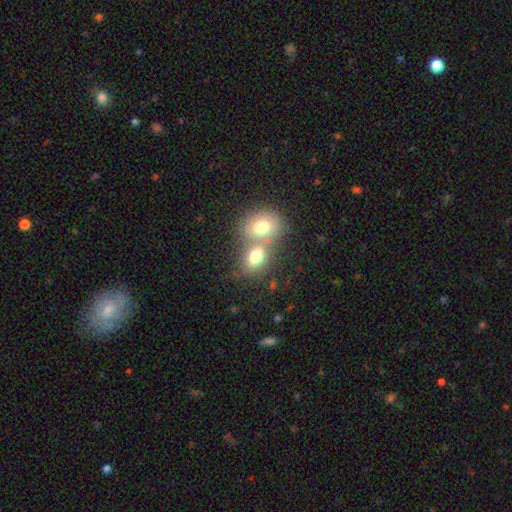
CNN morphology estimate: Overall: smooth (74%). How rounded: in between (66%; round 33%). Merging: merger (60%; none 28%).